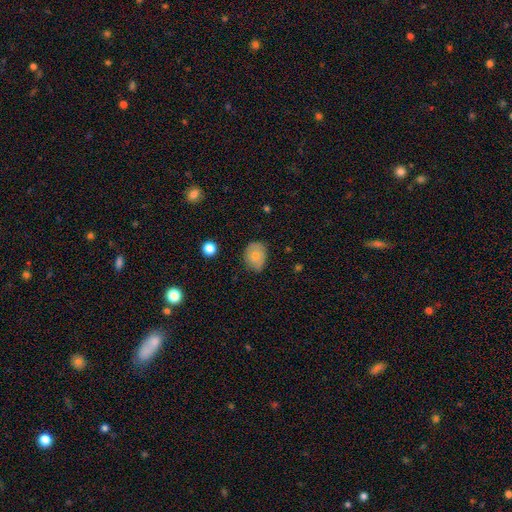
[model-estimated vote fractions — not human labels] smooth_or_featured: smooth (p=0.73) [alt: featured or disk p=0.19]
how_rounded: in between (p=0.51) [alt: round p=0.48]
merging: none (p=0.70) [alt: minor disturbance p=0.24]